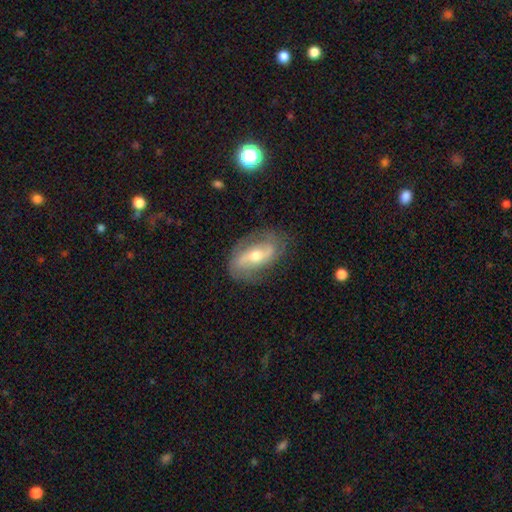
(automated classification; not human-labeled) Morphology: type=featured or disk (71%); edge-on=no (90%); bar=strong (37%); spiral arms=yes (78%); bulge=moderate (66%); merging=none (73%).